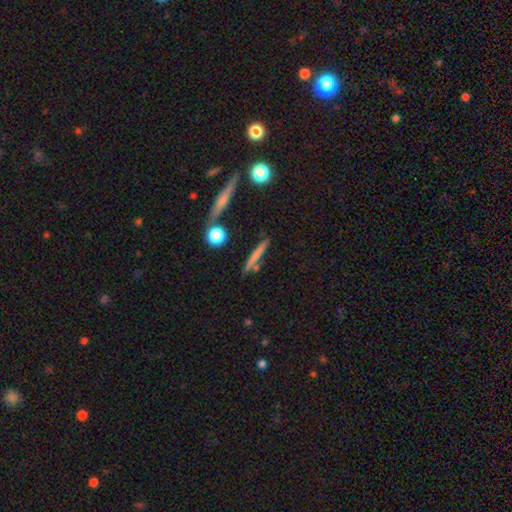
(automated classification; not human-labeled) Overall: smooth (61%; featured or disk 31%). How rounded: cigar-shaped (89%). Merging: none (75%).